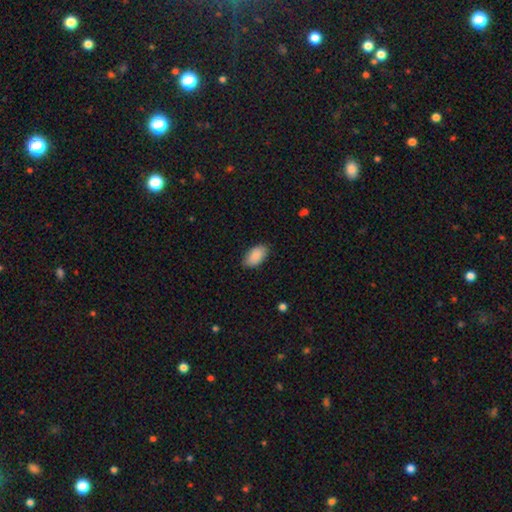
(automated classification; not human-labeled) smooth_or_featured: smooth (p=0.88) [alt: star or artifact p=0.06]
how_rounded: in between (p=0.95) [alt: round p=0.04]
merging: none (p=0.85) [alt: minor disturbance p=0.12]